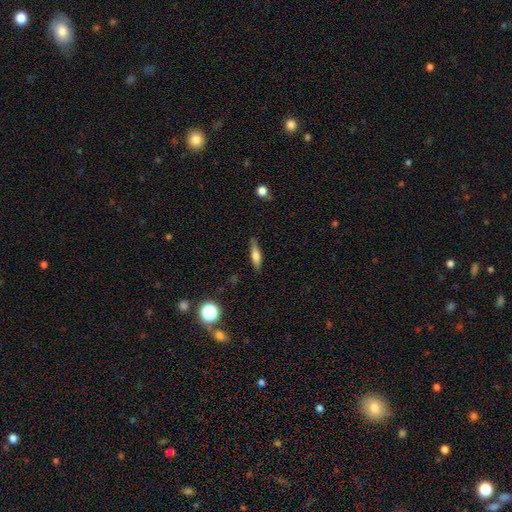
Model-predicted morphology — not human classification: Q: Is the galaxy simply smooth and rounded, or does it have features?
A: smooth — 56%.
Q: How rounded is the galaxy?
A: cigar-shaped — 71%.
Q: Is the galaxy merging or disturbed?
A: none — 84%.